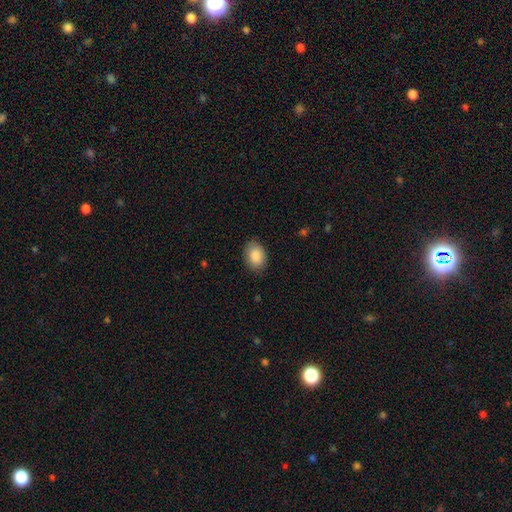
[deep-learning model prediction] smooth 88%, star or artifact 7%, featured or disk 5%. Down the decision tree: how rounded — in between (78%); merging — none (85%).